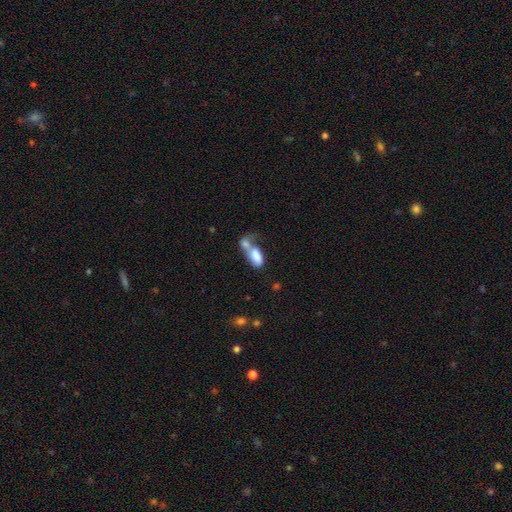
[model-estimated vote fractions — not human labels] A smooth galaxy with no disk features (79%) that is in between round and cigar-shaped (90%). Merging: merger (68%).